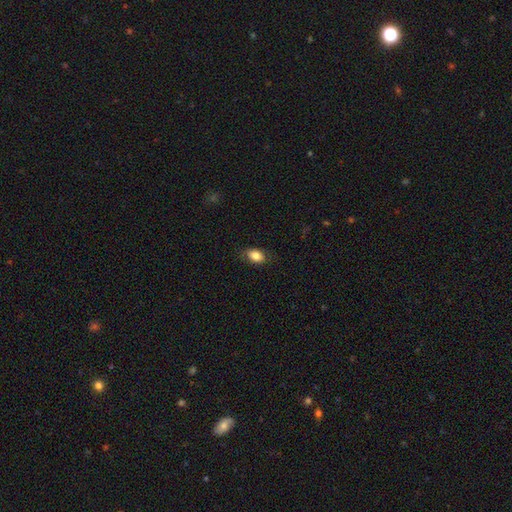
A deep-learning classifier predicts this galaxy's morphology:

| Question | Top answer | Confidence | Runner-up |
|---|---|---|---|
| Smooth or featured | smooth | 84% | star or artifact (8%) |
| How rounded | in between | 84% | round (15%) |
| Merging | none | 80% | minor disturbance (16%) |